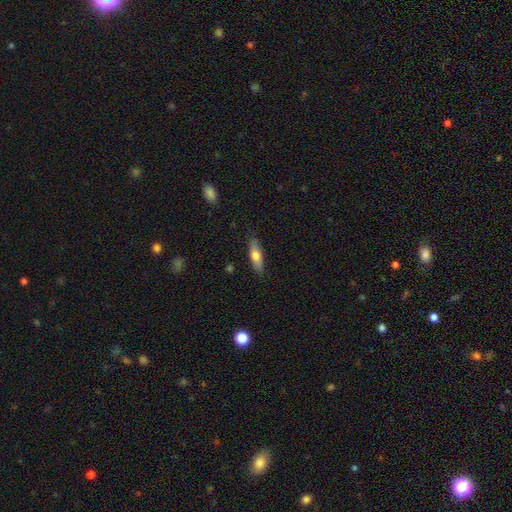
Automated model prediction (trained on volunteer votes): Q: Smooth or featured?
A: smooth (65%); runner-up: featured or disk (29%)
Q: How rounded?
A: cigar-shaped (53%); runner-up: in between (45%)
Q: Merging?
A: none (83%); runner-up: minor disturbance (13%)